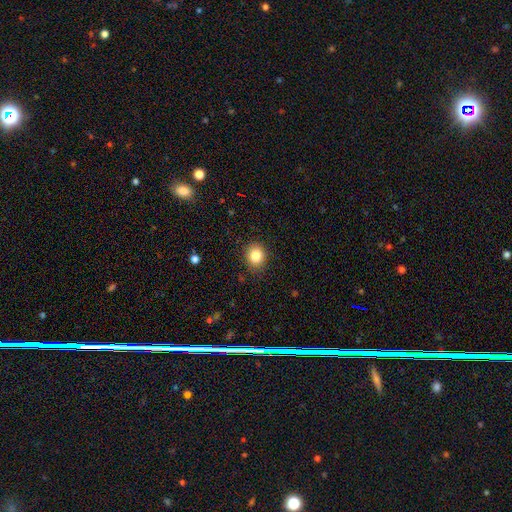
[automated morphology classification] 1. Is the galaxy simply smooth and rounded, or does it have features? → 83% smooth, 11% star or artifact, 6% featured or disk.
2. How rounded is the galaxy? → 73% round, 27% in between, 1% cigar-shaped.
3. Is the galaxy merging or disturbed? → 88% none, 9% minor disturbance, 2% major disturbance, 1% merger.